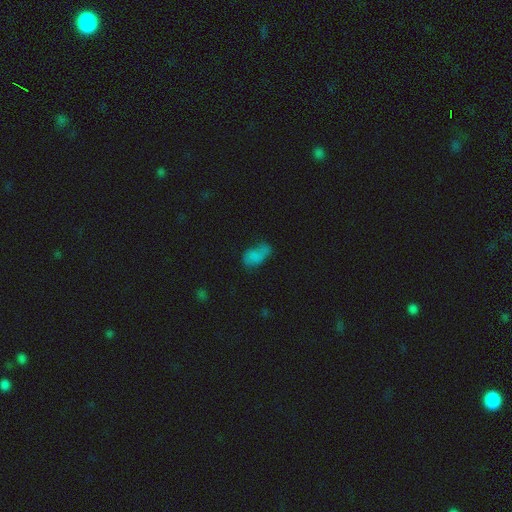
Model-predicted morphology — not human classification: Smooth or featured: smooth — 69% (featured or disk — 18%)
How rounded: in between — 91% (round — 6%)
Merging: none — 38% (minor disturbance — 33%)